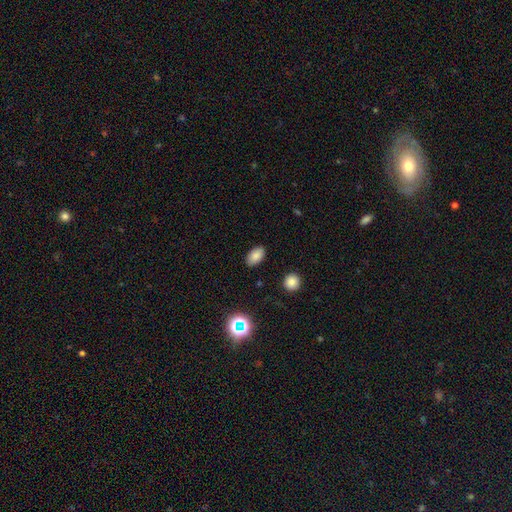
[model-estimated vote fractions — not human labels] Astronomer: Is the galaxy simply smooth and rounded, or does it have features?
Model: smooth — 82%.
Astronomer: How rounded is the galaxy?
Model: in between — 92%.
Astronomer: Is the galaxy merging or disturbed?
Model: none — 87%.